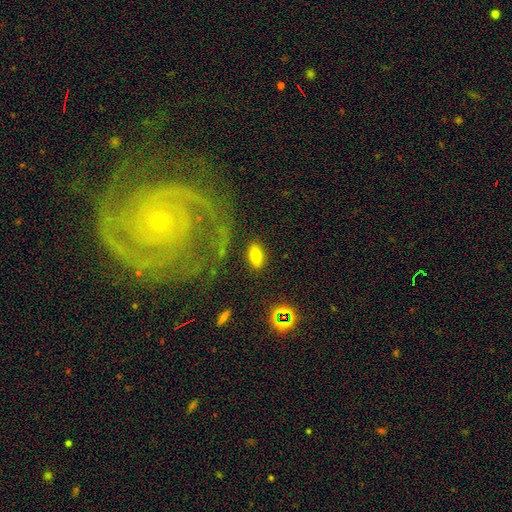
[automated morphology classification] Q: Smooth or featured?
A: smooth (73%); runner-up: featured or disk (16%)
Q: How rounded?
A: in between (85%); runner-up: cigar-shaped (9%)
Q: Merging?
A: none (86%); runner-up: minor disturbance (9%)